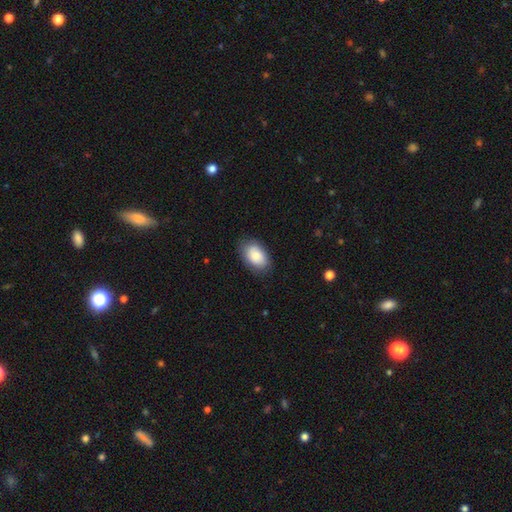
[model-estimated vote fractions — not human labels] Overall: smooth (85%). How rounded: in between (92%). Merging: none (81%).